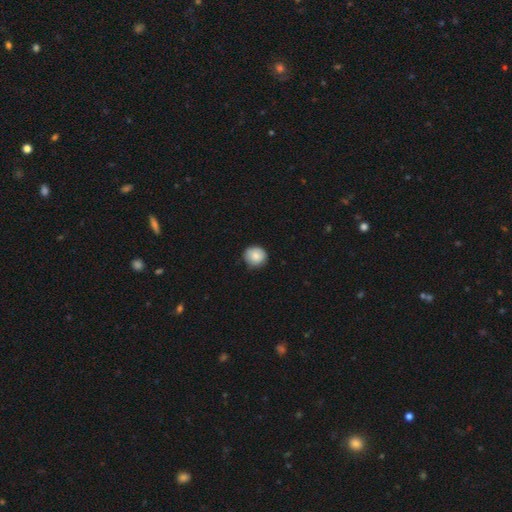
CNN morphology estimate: smooth_or_featured: smooth (p=0.85) [alt: star or artifact p=0.08]
how_rounded: round (p=0.90) [alt: in between p=0.09]
merging: none (p=0.81) [alt: minor disturbance p=0.16]